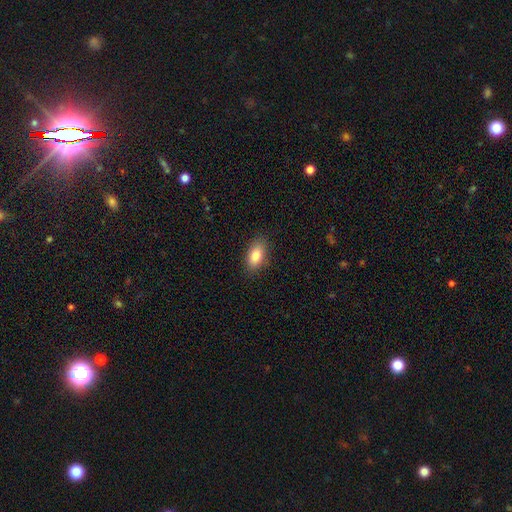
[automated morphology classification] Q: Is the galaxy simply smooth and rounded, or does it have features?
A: smooth — 84%.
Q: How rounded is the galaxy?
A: in between — 89%.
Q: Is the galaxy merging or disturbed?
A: none — 87%.